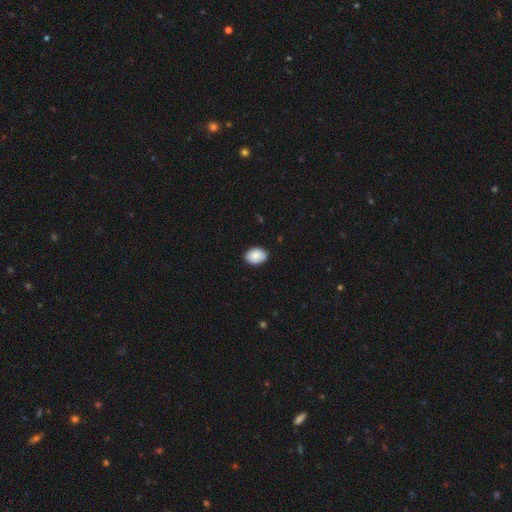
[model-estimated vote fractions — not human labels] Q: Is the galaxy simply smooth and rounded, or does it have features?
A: smooth — 89%.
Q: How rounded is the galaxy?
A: in between — 77%.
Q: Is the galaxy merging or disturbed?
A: none — 87%.